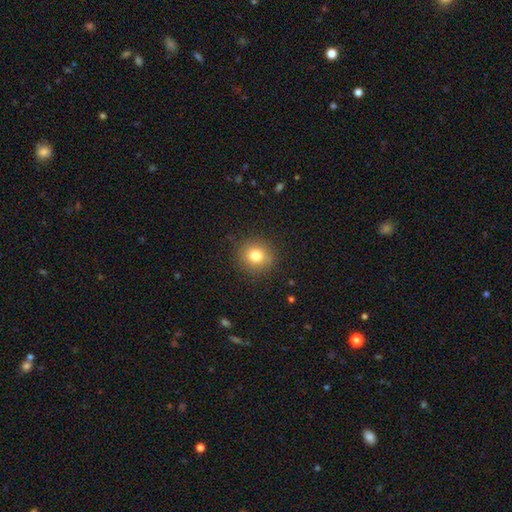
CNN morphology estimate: smooth-or-featured: smooth: 79% | star or artifact: 12% | featured or disk: 9%
  how-rounded: round: 89% | in between: 10% | cigar-shaped: 1%
  merging: none: 89% | minor disturbance: 8% | major disturbance: 3% | merger: 1%